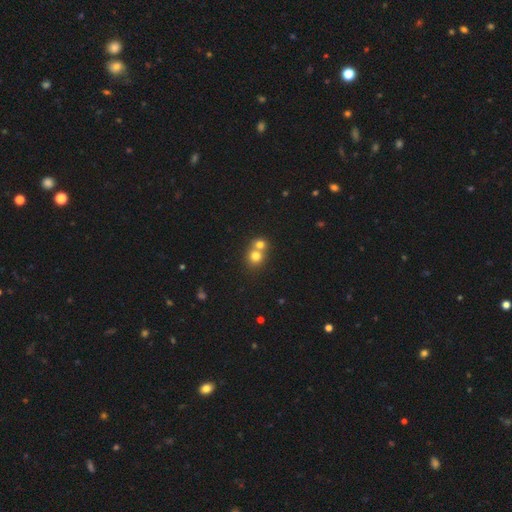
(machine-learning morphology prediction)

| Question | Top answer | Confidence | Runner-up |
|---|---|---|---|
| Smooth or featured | smooth | 76% | star or artifact (13%) |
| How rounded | round | 81% | in between (18%) |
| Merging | merger | 56% | none (37%) |